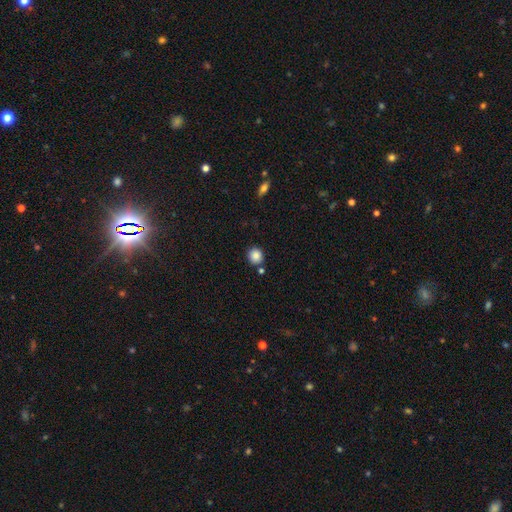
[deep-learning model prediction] Morphology: type=smooth (87%); roundness=round (89%); merging=none (82%).